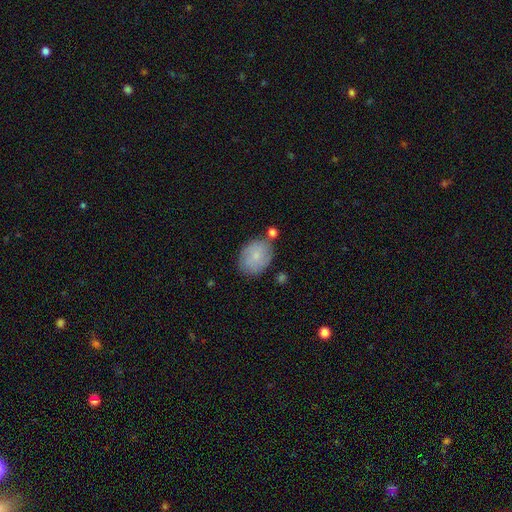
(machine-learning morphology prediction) smooth 66%, featured or disk 27%, star or artifact 7%. Down the decision tree: how rounded — in between (66%); merging — none (73%).